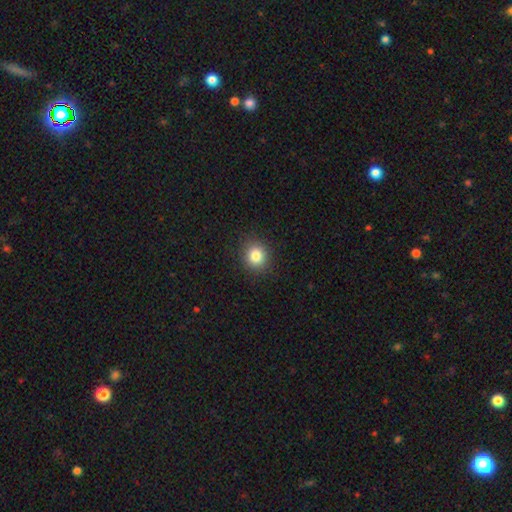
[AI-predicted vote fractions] smooth-or-featured: smooth: 82% | star or artifact: 12% | featured or disk: 6%
  how-rounded: round: 83% | in between: 16% | cigar-shaped: 1%
  merging: none: 90% | minor disturbance: 7% | major disturbance: 2% | merger: 1%